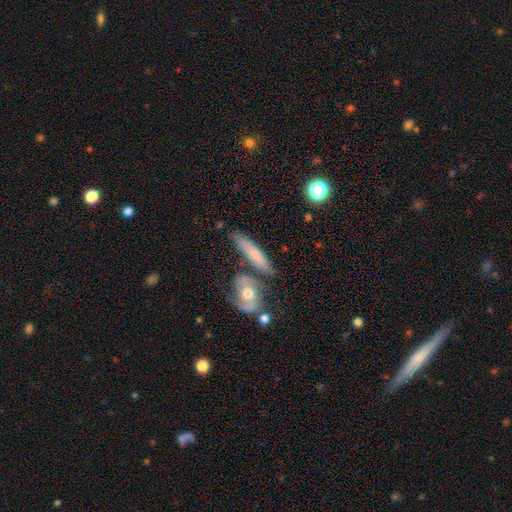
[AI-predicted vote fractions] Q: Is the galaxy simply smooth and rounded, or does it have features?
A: smooth — 55%.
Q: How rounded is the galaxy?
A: cigar-shaped — 74%.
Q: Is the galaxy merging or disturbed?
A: none — 63%.